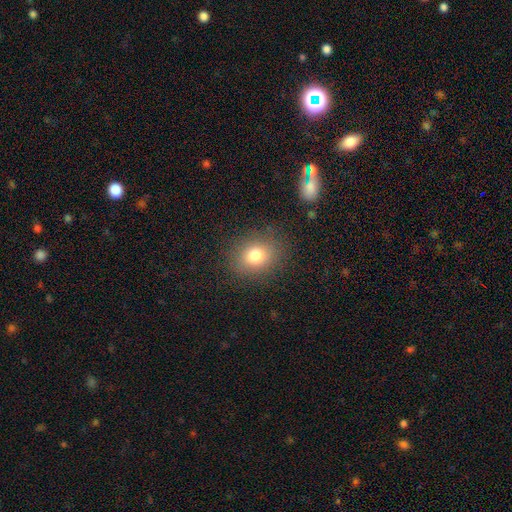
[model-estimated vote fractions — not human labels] smooth_or_featured: smooth (p=0.79) [alt: star or artifact p=0.12]
how_rounded: round (p=0.61) [alt: in between p=0.38]
merging: none (p=0.86) [alt: minor disturbance p=0.09]